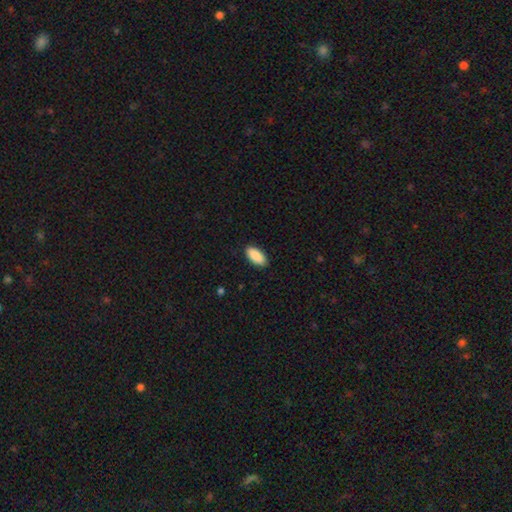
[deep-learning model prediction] This appears to be a smooth galaxy with no disk features (90%) that is in between round and cigar-shaped (91%). Merging: none (90%).